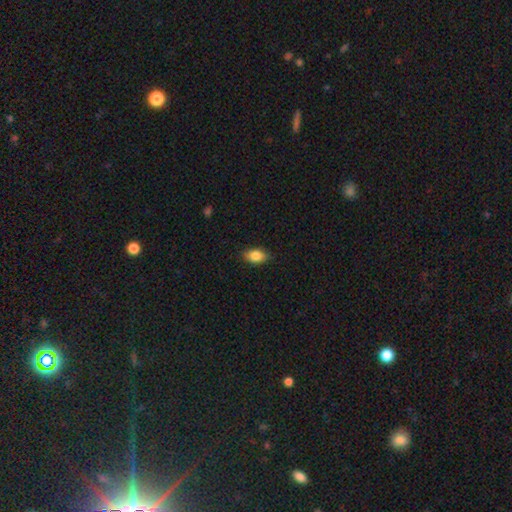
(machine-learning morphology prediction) The model was most divided on "merging": none: 86%, minor disturbance: 11%, major disturbance: 2%, merger: 1%. More confident: how rounded — in between (86%); smooth or featured — smooth (85%).